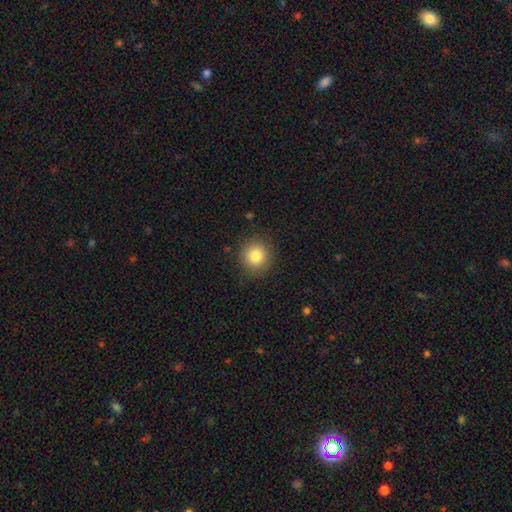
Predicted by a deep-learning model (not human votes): Smooth or featured? smooth (83%)
How rounded? round (91%)
Merging? none (89%)